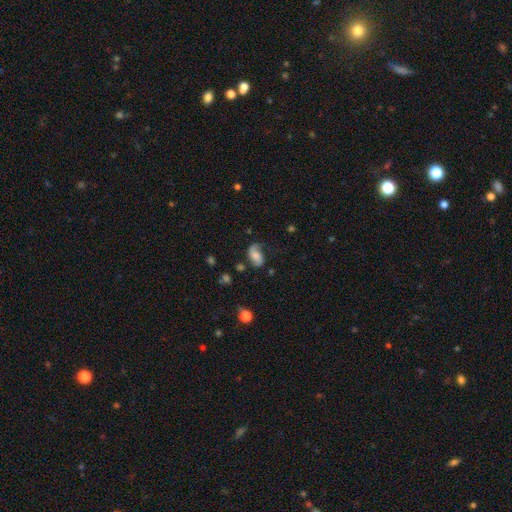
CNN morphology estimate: smooth-or-featured: featured or disk: 52% | smooth: 39% | star or artifact: 9%
  disk-edge-on: no: 96% | yes: 4%
  merging: none: 55% | minor disturbance: 26% | major disturbance: 16% | merger: 3%